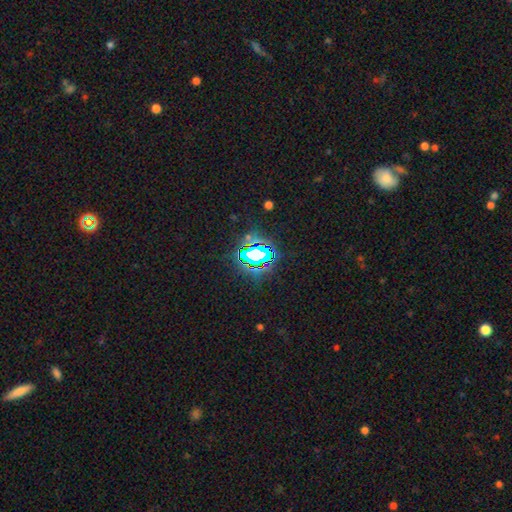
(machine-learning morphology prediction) The model was most divided on "smooth or featured": star or artifact: 72%, smooth: 16%, featured or disk: 12%.